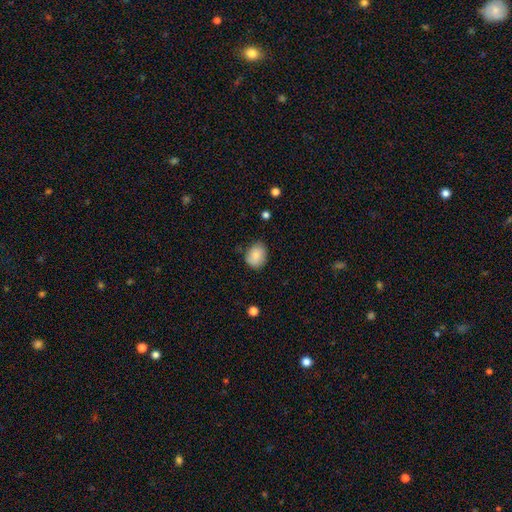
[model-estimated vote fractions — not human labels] smooth-or-featured: smooth: 82% | featured or disk: 10% | star or artifact: 8%
  how-rounded: round: 52% | in between: 48% | cigar-shaped: 1%
  merging: none: 70% | minor disturbance: 24% | major disturbance: 5% | merger: 2%